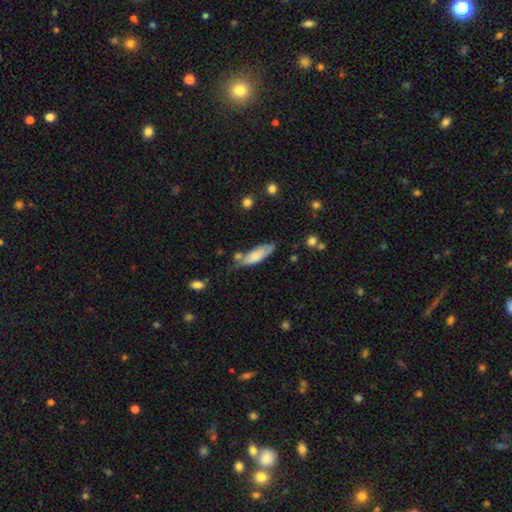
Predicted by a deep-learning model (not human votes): Smooth or featured? Predicted: smooth (p=0.76). How rounded? Predicted: in between (p=0.55). Merging? Predicted: none (p=0.57).